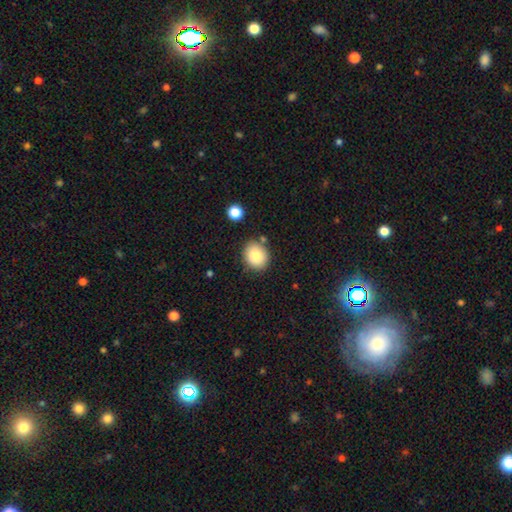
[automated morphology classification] Overall: smooth (83%). How rounded: round (65%; in between 34%). Merging: none (79%).